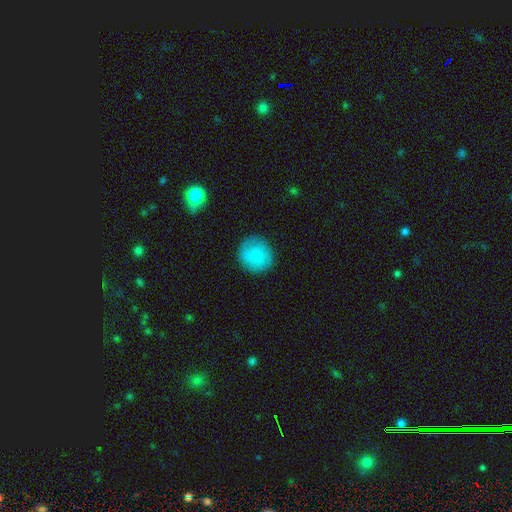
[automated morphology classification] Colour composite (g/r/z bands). It shows a smooth galaxy with no disk features (82%) that is round (89%). Merging: none (83%).